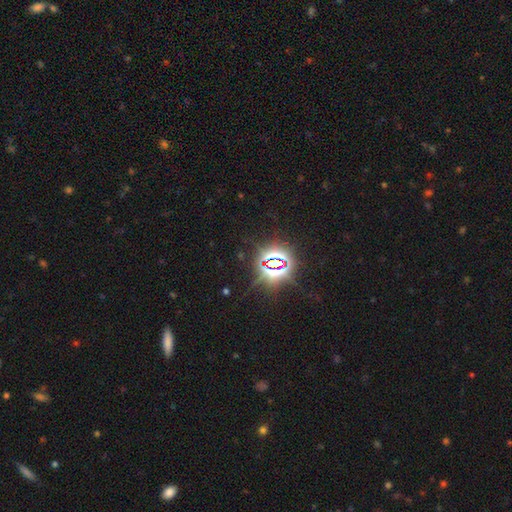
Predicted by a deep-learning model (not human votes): Q: Smooth or featured?
A: star or artifact (81%); runner-up: smooth (11%)